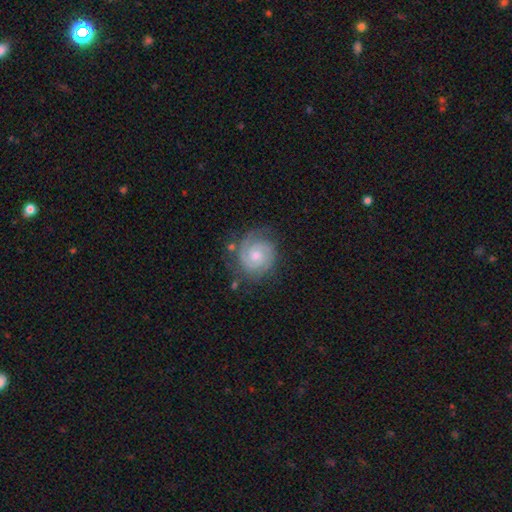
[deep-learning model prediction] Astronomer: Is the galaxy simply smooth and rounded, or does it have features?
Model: featured or disk — 85%.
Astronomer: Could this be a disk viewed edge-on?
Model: no — 98%.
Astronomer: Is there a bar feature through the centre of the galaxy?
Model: no — 67%.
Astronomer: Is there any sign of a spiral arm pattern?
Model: yes — 98%.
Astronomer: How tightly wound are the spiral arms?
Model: tight — 74%.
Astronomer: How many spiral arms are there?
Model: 2 — 78%.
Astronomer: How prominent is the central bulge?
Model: moderate — 50% (runner-up: small, 43%).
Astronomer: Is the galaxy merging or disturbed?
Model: none — 76%.